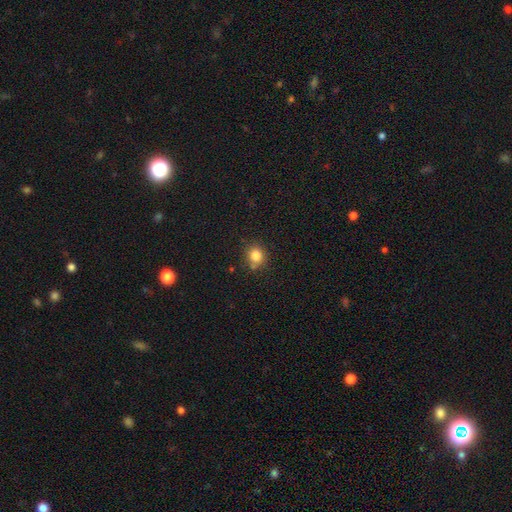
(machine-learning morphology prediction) smooth 82%, star or artifact 12%, featured or disk 6%. Down the decision tree: how rounded — round (77%); merging — none (75%).